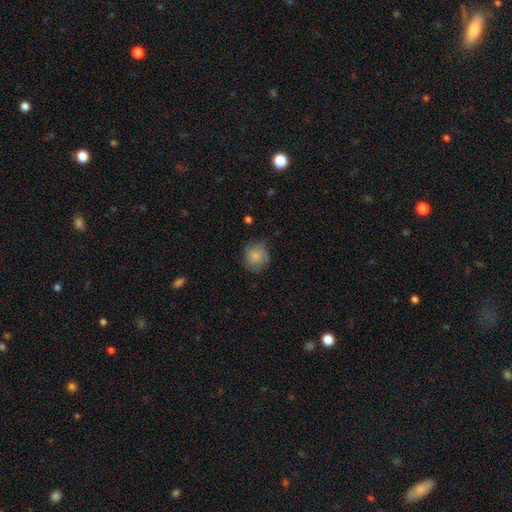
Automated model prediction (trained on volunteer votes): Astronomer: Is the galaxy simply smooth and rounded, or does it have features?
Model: smooth — 77%.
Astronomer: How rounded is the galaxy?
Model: round — 83%.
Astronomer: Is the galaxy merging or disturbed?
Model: none — 66%.